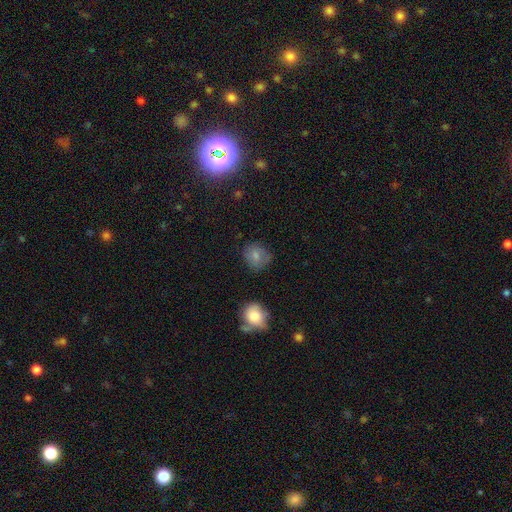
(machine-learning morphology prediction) The model was most divided on "how rounded": round: 72%, in between: 27%, cigar-shaped: 1%. More confident: smooth or featured — smooth (77%); merging — none (69%).